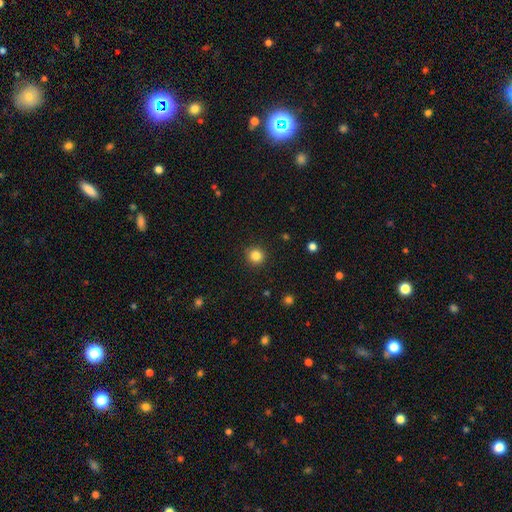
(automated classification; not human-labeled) Smooth or featured? smooth (85%)
How rounded? round (94%)
Merging? none (91%)